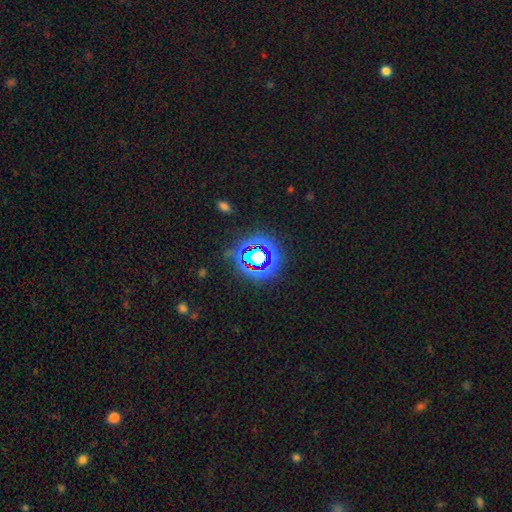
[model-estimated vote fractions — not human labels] Morphology: type=star or artifact (69%).